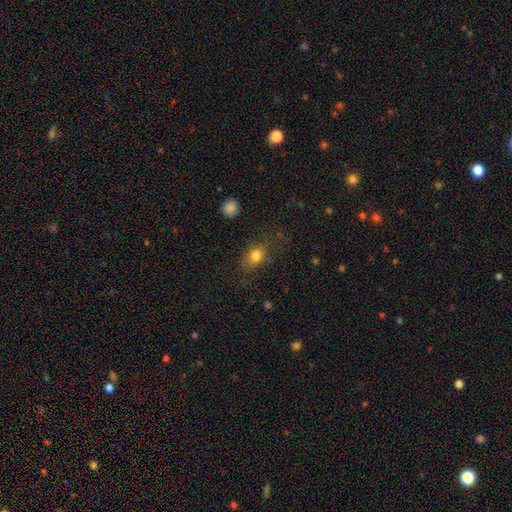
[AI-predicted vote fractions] Overall: smooth (80%). How rounded: in between (61%; round 37%). Merging: none (73%).